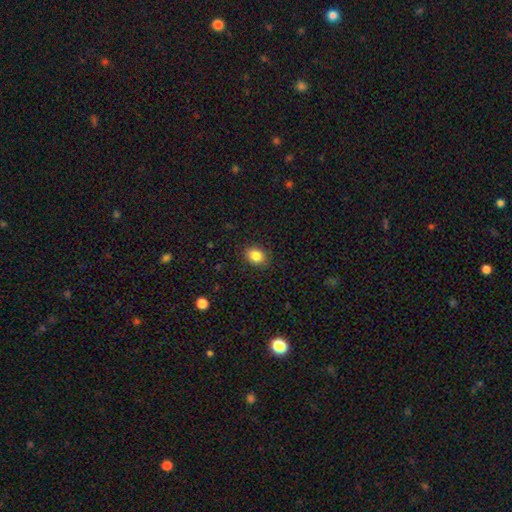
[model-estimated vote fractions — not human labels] Smooth or featured?
  - smooth: 85% *
  - star or artifact: 10%
  - featured or disk: 5%
How rounded?
  - in between: 52% *
  - round: 47%
  - cigar-shaped: 1%
Merging?
  - none: 88% *
  - minor disturbance: 9%
  - major disturbance: 2%
  - merger: 1%